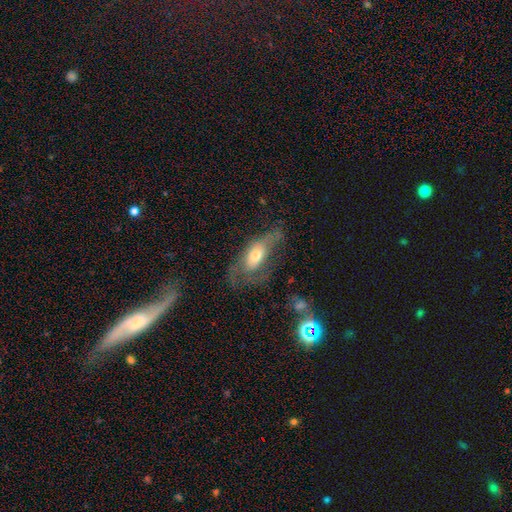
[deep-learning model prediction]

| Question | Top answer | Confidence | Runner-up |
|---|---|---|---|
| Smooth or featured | smooth | 46% | tied: featured or disk (46%) |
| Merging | major disturbance | 38% | none (34%) |